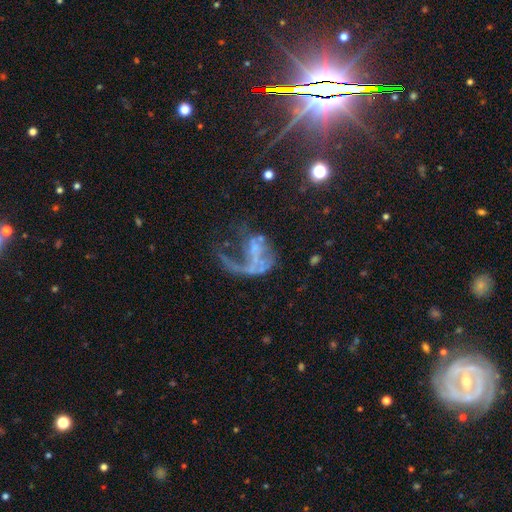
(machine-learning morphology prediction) This appears to be a featured or disk galaxy (66%) with no bar (77%), no spiral arms (54%) and no central bulge (62%). Merging: major disturbance (54%).